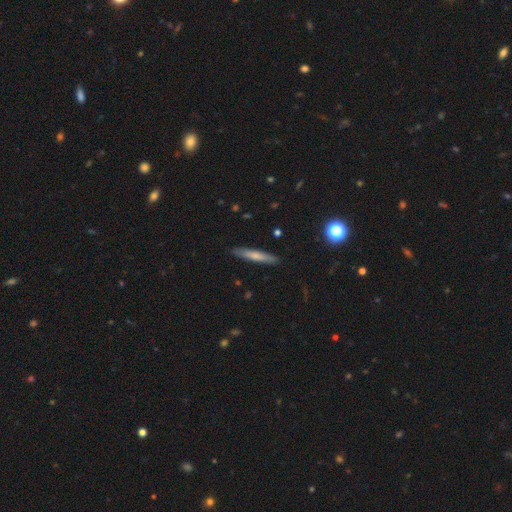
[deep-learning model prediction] A smooth galaxy with no disk features (64%) that is cigar-shaped (93%).

Vote fractions:
- Smooth or featured? smooth: 64% / featured or disk: 30% / star or artifact: 6%
- How rounded? cigar-shaped: 93% / in between: 5% / round: 1%
- Merging? none: 89% / minor disturbance: 8% / major disturbance: 1% / merger: 1%